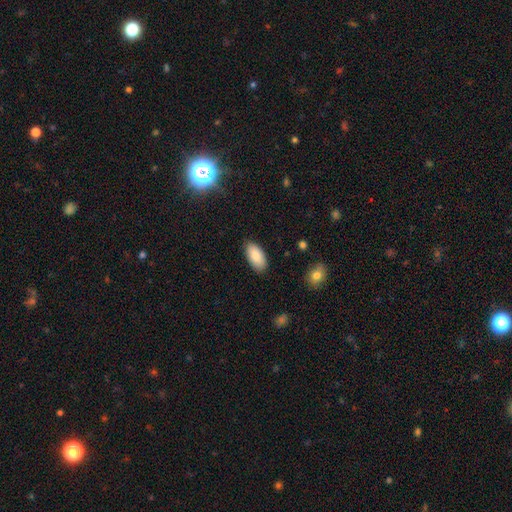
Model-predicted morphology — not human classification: smooth 86%, featured or disk 7%, star or artifact 7%. Down the decision tree: how rounded — in between (94%); merging — none (86%).